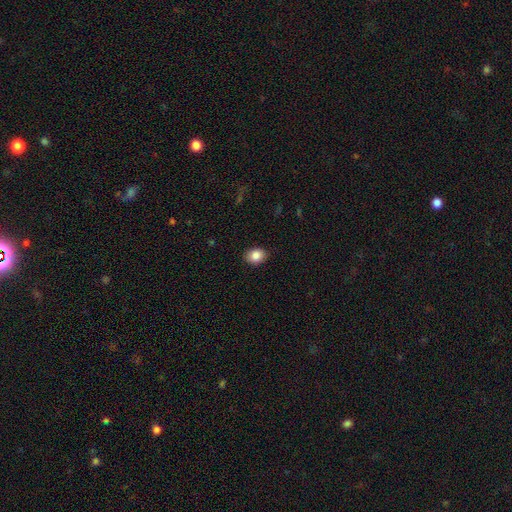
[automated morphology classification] A smooth galaxy with no disk features (86%) that is in between round and cigar-shaped (60%).

Vote fractions:
- Smooth or featured? smooth: 86% / star or artifact: 8% / featured or disk: 6%
- How rounded? in between: 60% / round: 39% / cigar-shaped: 1%
- Merging? none: 89% / minor disturbance: 8% / major disturbance: 2% / merger: 1%